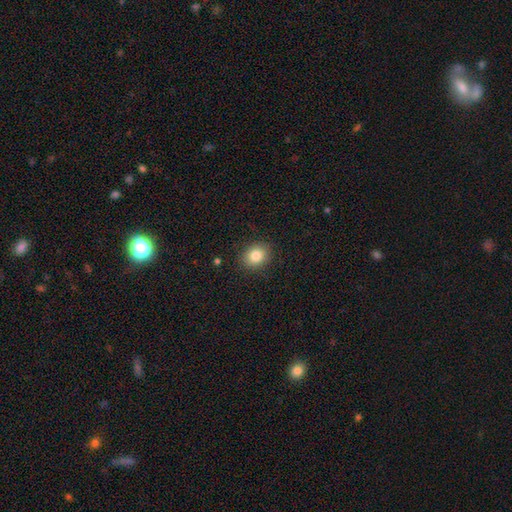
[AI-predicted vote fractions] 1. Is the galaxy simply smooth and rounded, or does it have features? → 83% smooth, 10% star or artifact, 7% featured or disk.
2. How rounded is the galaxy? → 57% round, 42% in between, 1% cigar-shaped.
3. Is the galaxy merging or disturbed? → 88% none, 8% minor disturbance, 2% major disturbance, 1% merger.